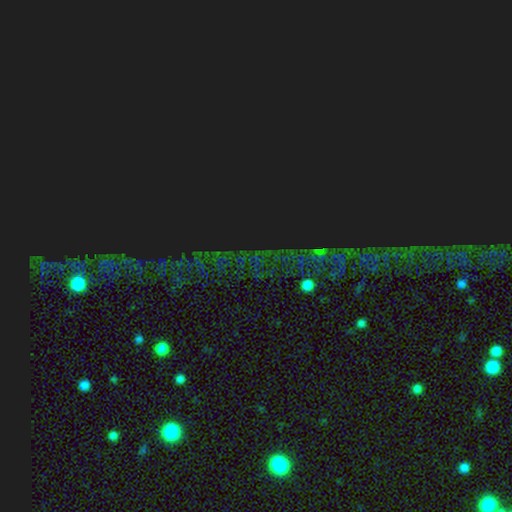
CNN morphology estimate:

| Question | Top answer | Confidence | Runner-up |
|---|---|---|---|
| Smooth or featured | star or artifact | 83% | smooth (8%) |